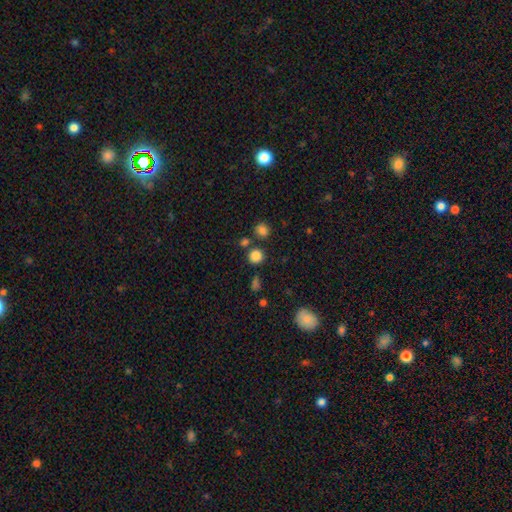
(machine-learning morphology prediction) smooth-or-featured: smooth: 82% | star or artifact: 13% | featured or disk: 4%
  how-rounded: round: 89% | in between: 10% | cigar-shaped: 1%
  merging: none: 78% | merger: 10% | minor disturbance: 8% | major disturbance: 3%